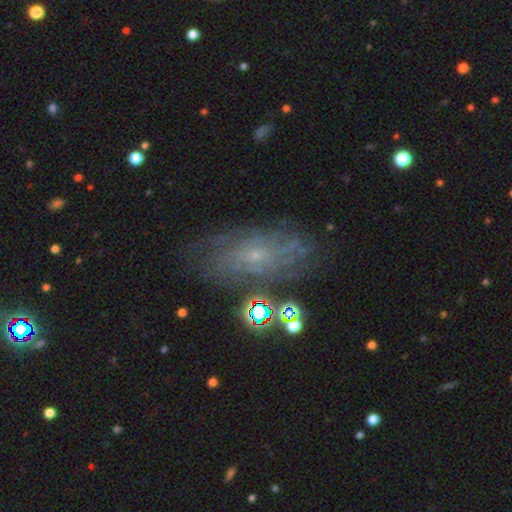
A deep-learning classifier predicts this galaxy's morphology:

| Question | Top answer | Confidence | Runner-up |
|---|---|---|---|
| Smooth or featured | featured or disk | 63% | smooth (22%) |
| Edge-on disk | no | 90% | yes (10%) |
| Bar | no | 76% | weak (20%) |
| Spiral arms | yes | 74% | no (26%) |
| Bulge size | small | 78% | moderate (14%) |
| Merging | none | 69% | minor disturbance (19%) |